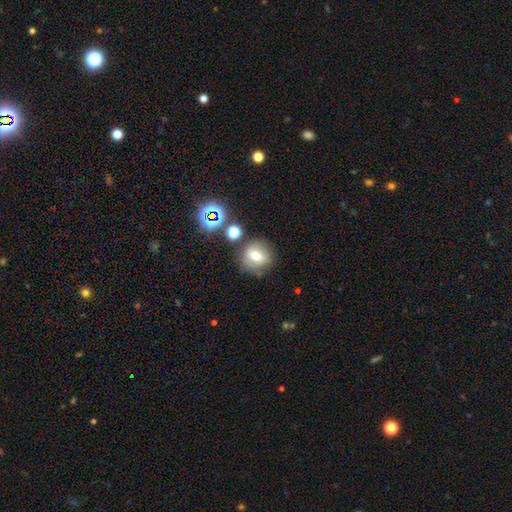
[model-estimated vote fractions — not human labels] Smooth or featured?
  - smooth: 66% *
  - featured or disk: 19%
  - star or artifact: 15%
How rounded?
  - round: 83% *
  - in between: 16%
  - cigar-shaped: 1%
Merging?
  - none: 75% *
  - minor disturbance: 12%
  - merger: 8%
  - major disturbance: 4%